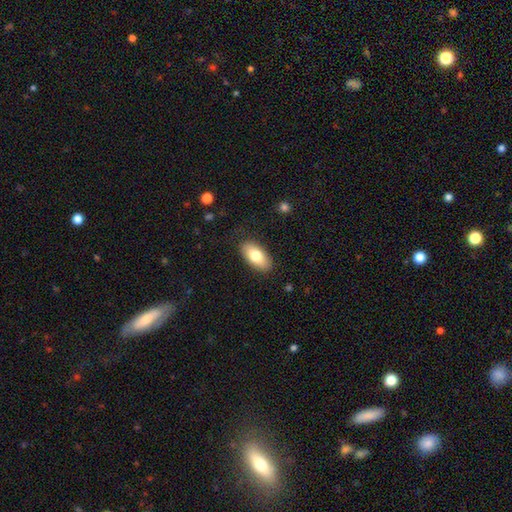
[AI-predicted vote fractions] The model was most divided on "smooth or featured": smooth: 77%, featured or disk: 17%, star or artifact: 6%. More confident: how rounded — in between (92%); merging — none (85%).